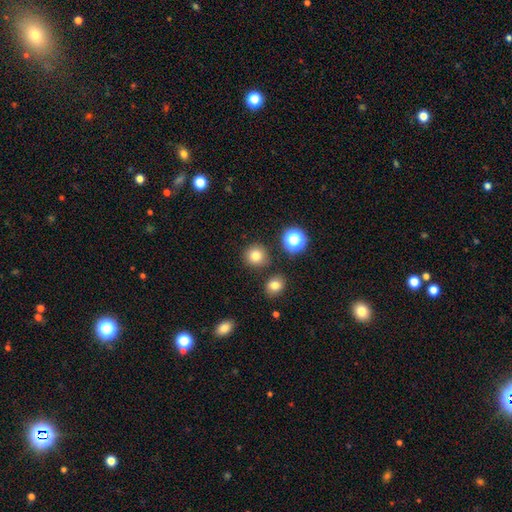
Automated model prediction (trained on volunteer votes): A smooth galaxy with no disk features (80%) that is round (91%). Merging: none (85%).